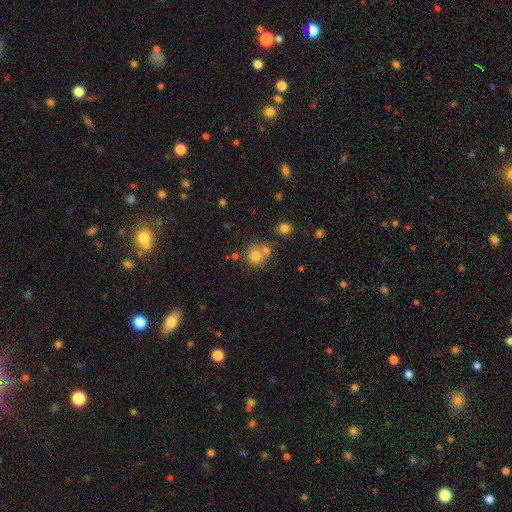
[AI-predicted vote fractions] Q: Smooth or featured?
A: smooth (76%); runner-up: featured or disk (13%)
Q: How rounded?
A: round (84%); runner-up: in between (15%)
Q: Merging?
A: none (50%); runner-up: merger (36%)